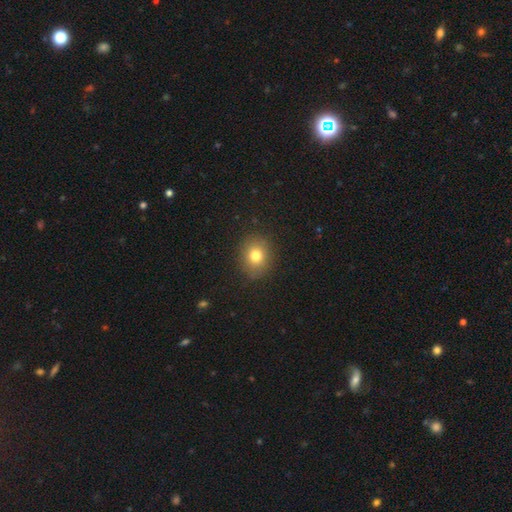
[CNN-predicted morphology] type=smooth (79%); roundness=round (68%); merging=none (87%).